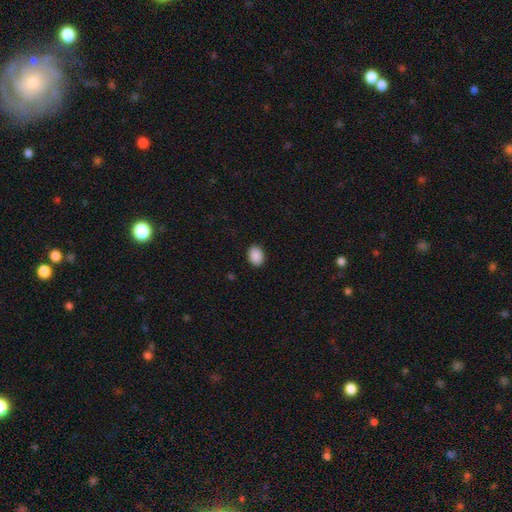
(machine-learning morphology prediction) Smooth or featured?
  - smooth: 90% *
  - star or artifact: 7%
  - featured or disk: 2%
How rounded?
  - in between: 73% *
  - round: 26%
  - cigar-shaped: 1%
Merging?
  - none: 90% *
  - minor disturbance: 7%
  - major disturbance: 2%
  - merger: 1%